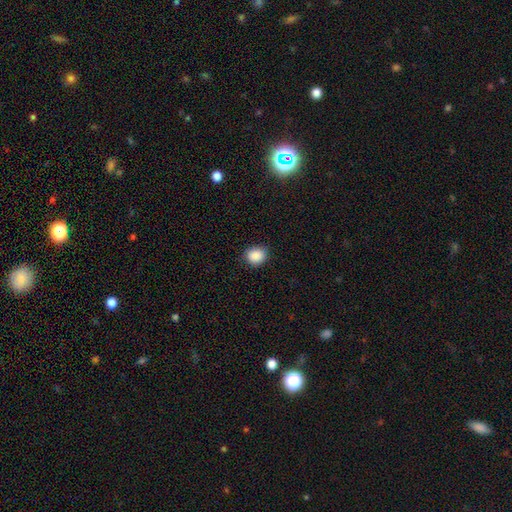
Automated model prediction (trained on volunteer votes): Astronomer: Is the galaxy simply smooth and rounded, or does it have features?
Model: smooth — 88%.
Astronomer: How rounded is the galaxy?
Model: round — 73%.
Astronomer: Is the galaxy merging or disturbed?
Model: none — 86%.